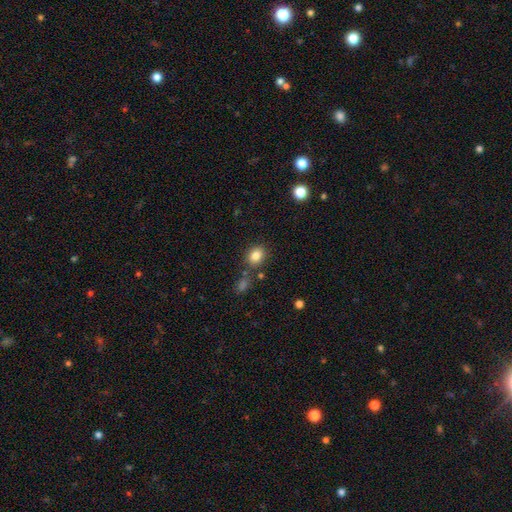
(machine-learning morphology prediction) Q: Smooth or featured?
A: smooth (83%); runner-up: star or artifact (10%)
Q: How rounded?
A: round (58%); runner-up: in between (41%)
Q: Merging?
A: none (78%); runner-up: minor disturbance (11%)